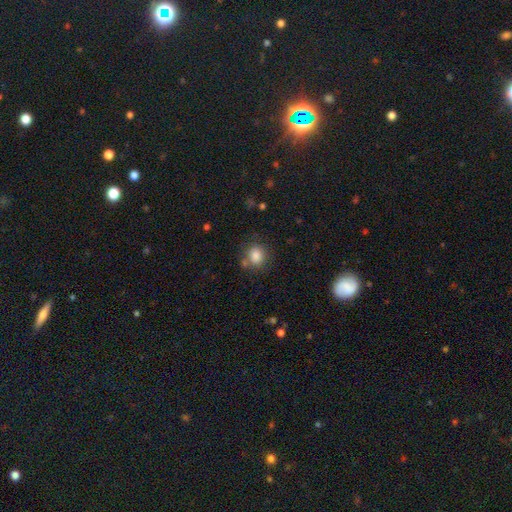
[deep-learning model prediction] Smooth or featured? Predicted: smooth (p=0.84). How rounded? Predicted: round (p=0.70). Merging? Predicted: none (p=0.74).